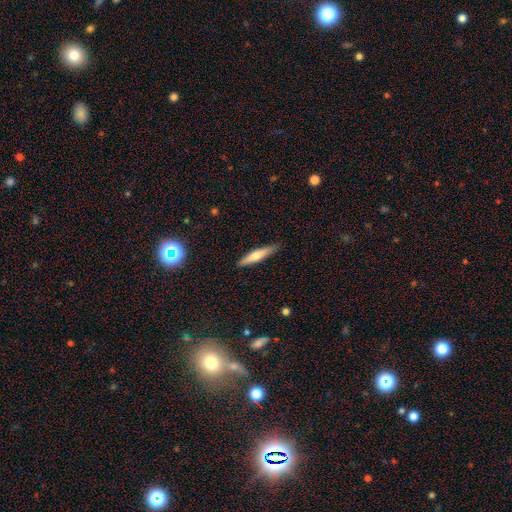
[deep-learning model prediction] This appears to be a smooth galaxy with no disk features (55%) that is cigar-shaped (87%). Merging: none (88%).